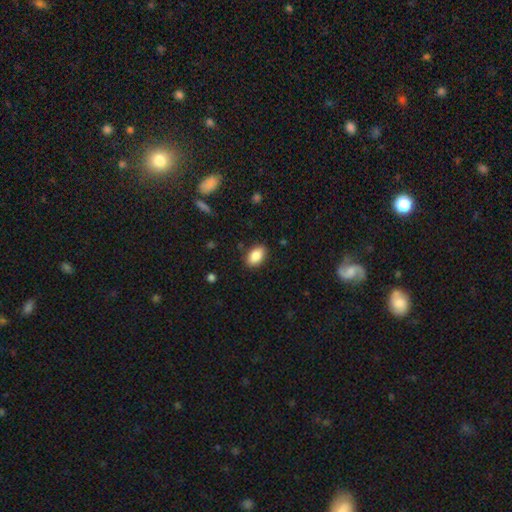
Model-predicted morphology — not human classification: Smooth or featured? smooth (87%)
How rounded? in between (91%)
Merging? none (87%)